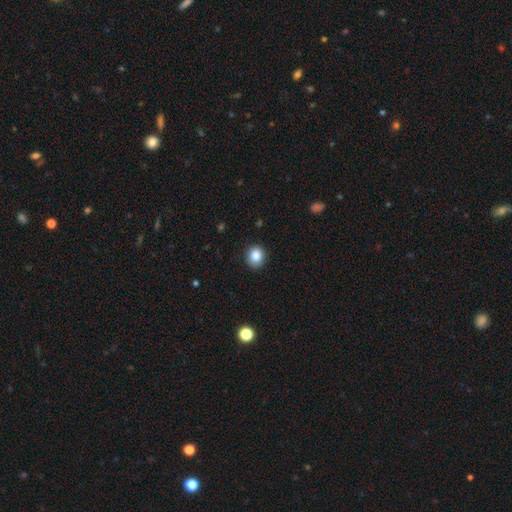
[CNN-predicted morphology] smooth 85%, star or artifact 10%, featured or disk 5%. Down the decision tree: how rounded — round (73%); merging — none (89%).